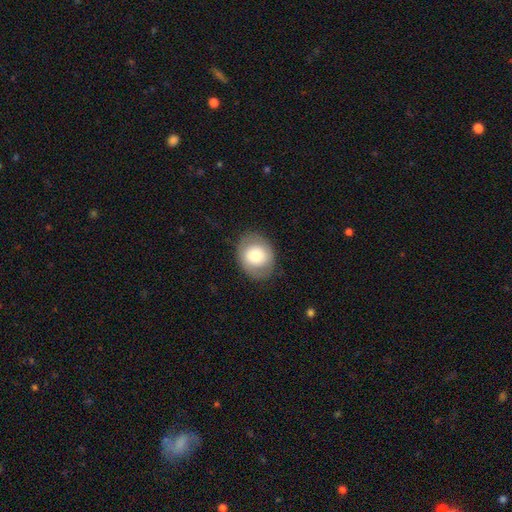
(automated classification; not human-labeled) smooth 68%, featured or disk 24%, star or artifact 7%. Down the decision tree: how rounded — round (53%); merging — none (82%).